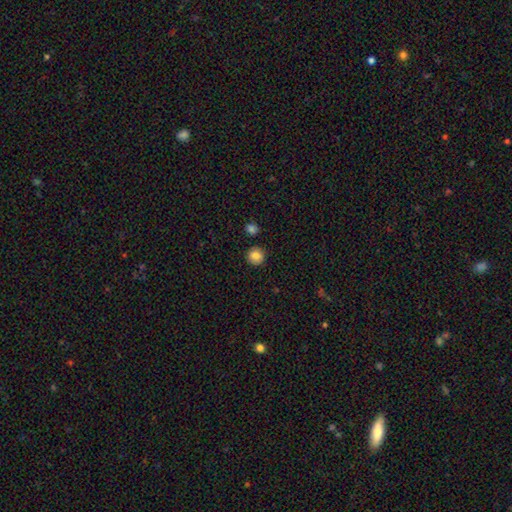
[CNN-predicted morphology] A smooth galaxy with no disk features (85%) that is round (90%). Merging: none (88%).